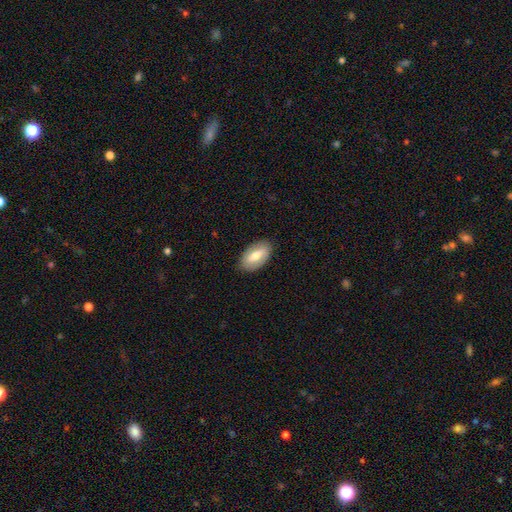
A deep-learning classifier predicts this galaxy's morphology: Overall: smooth (58%; featured or disk 37%). How rounded: in between (93%). Merging: none (86%).